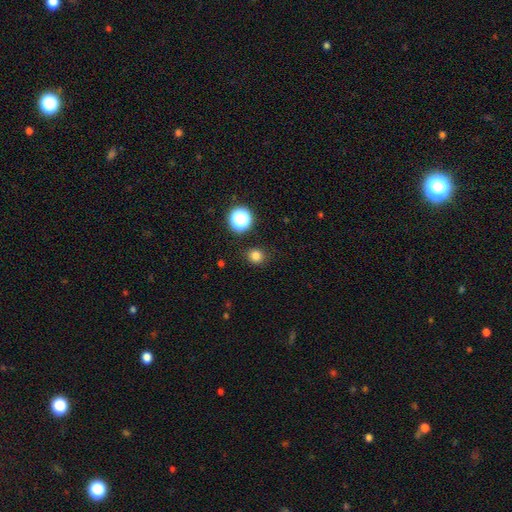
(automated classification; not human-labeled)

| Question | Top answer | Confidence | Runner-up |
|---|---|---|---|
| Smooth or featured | smooth | 80% | star or artifact (16%) |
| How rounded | round | 88% | in between (11%) |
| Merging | none | 88% | minor disturbance (8%) |